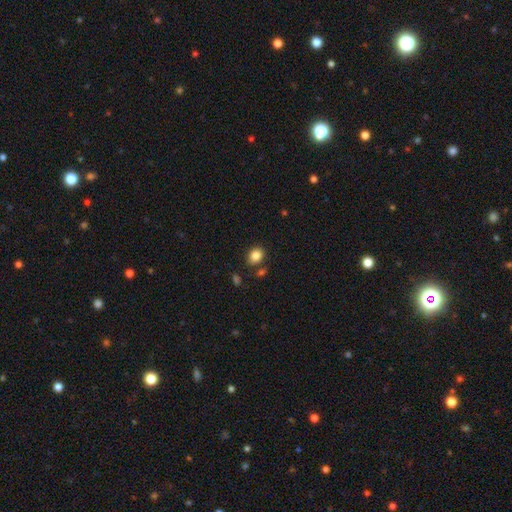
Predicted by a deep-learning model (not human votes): Smooth or featured? Predicted: smooth (p=0.86). How rounded? Predicted: round (p=0.50). Merging? Predicted: none (p=0.79).